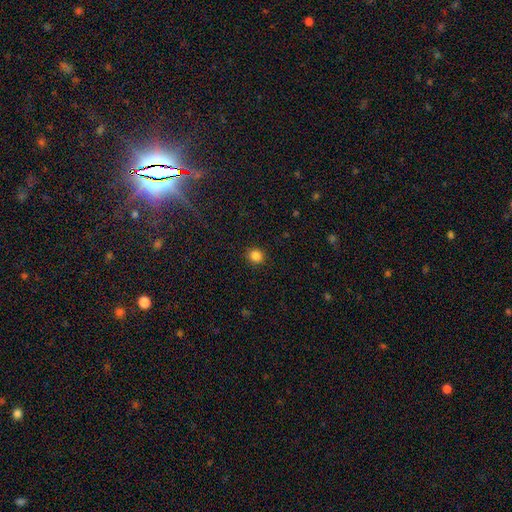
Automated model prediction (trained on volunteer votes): A smooth galaxy with no disk features (85%) that is round (85%).

Vote fractions:
- Smooth or featured? smooth: 85% / star or artifact: 12% / featured or disk: 4%
- How rounded? round: 85% / in between: 14% / cigar-shaped: 1%
- Merging? none: 92% / minor disturbance: 5% / major disturbance: 2% / merger: 1%